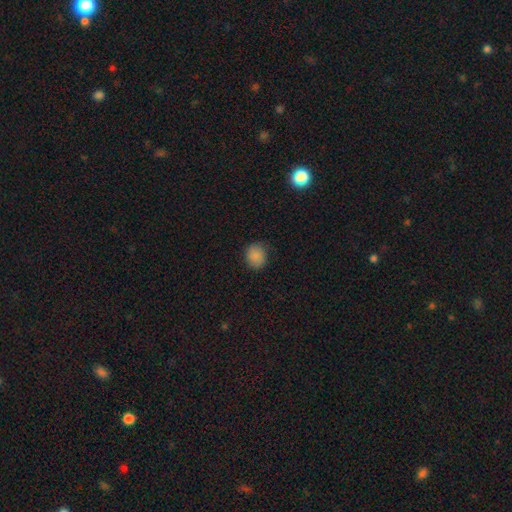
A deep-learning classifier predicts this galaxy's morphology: smooth 86%, star or artifact 10%, featured or disk 4%. Down the decision tree: how rounded — round (75%); merging — none (81%).